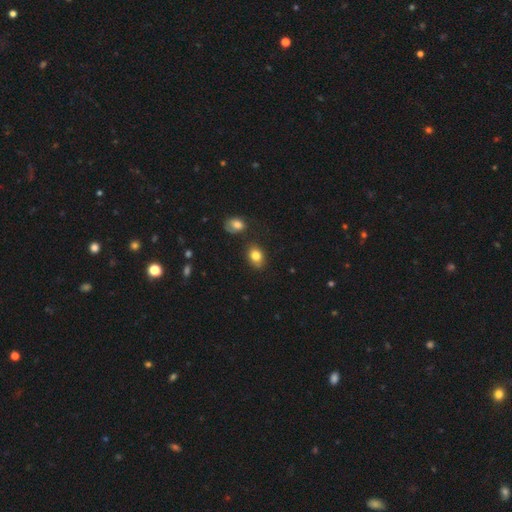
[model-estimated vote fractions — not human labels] smooth 82%, star or artifact 9%, featured or disk 9%. Down the decision tree: how rounded — in between (71%); merging — none (76%).